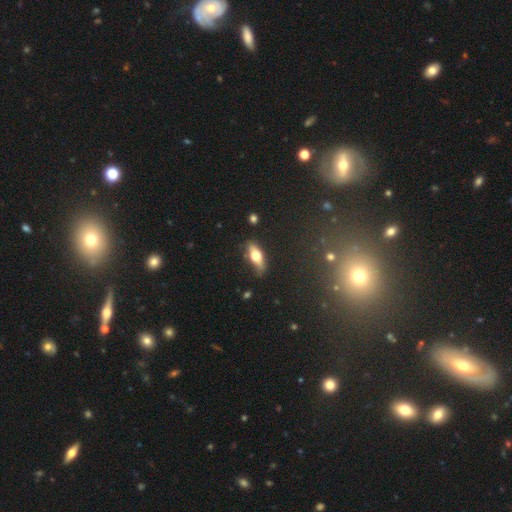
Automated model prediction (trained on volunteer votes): The model was most divided on "smooth or featured": smooth: 59%, featured or disk: 35%, star or artifact: 7%. More confident: merging — none (76%); how rounded — in between (61%).